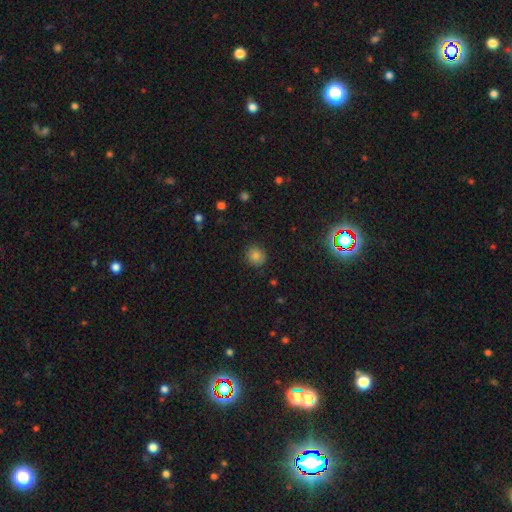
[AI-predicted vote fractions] This is clearly a smooth galaxy (80%). How rounded: clearly round (89%). Merging: clearly none (89%).